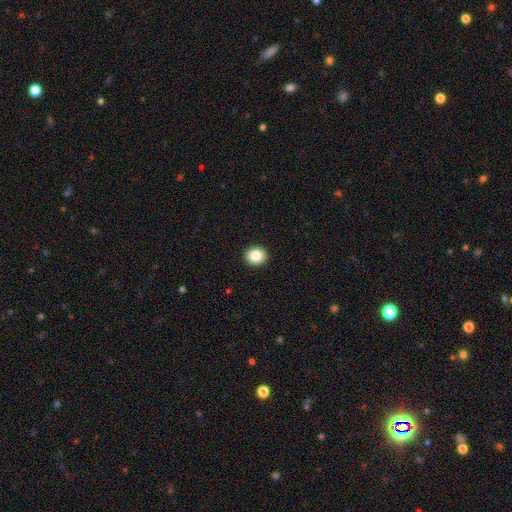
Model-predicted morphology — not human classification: A smooth galaxy with no disk features (86%) that is round (78%). Merging: none (93%).